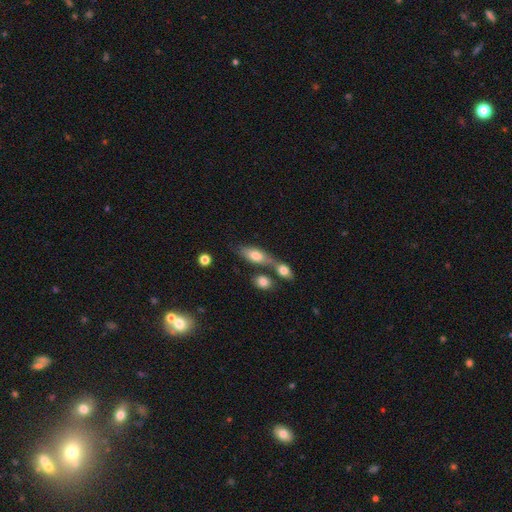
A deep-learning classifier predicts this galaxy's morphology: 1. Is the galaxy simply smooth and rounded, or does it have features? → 70% smooth, 23% featured or disk, 7% star or artifact.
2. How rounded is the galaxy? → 76% in between, 19% cigar-shaped, 5% round.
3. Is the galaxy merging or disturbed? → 42% none, 39% merger, 14% minor disturbance, 6% major disturbance.